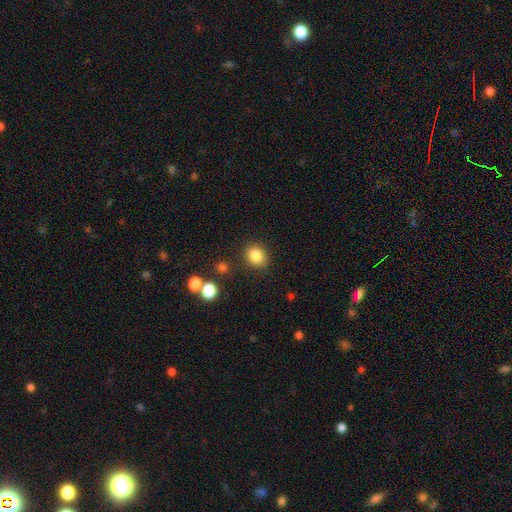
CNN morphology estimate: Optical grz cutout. It shows a smooth galaxy with no disk features (84%) that is round (68%). Merging: none (83%).